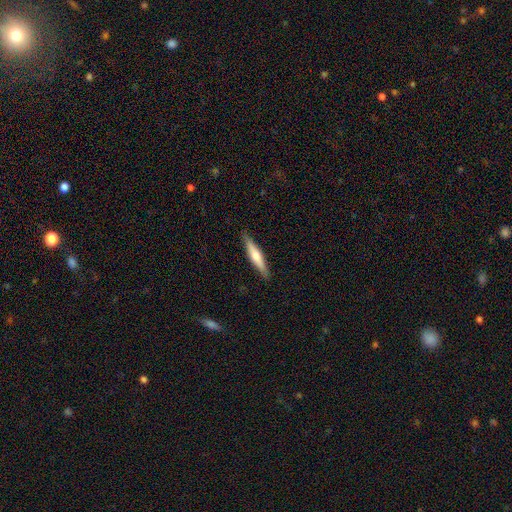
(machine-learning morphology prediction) type=featured or disk (47%, tied with smooth); merging=none (89%).